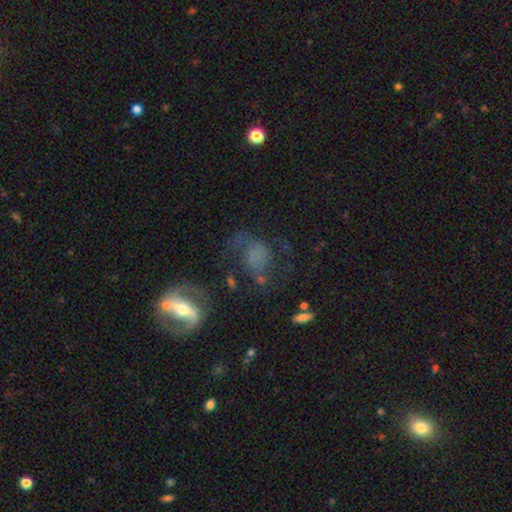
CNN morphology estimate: Smooth or featured? Predicted: featured or disk (p=0.57). Edge-on disk? Predicted: no (p=0.95). Bar? Predicted: no (p=0.57). Spiral arms? Predicted: yes (p=0.78). Bulge size? Predicted: none (p=0.36). Merging? Predicted: none (p=0.42).